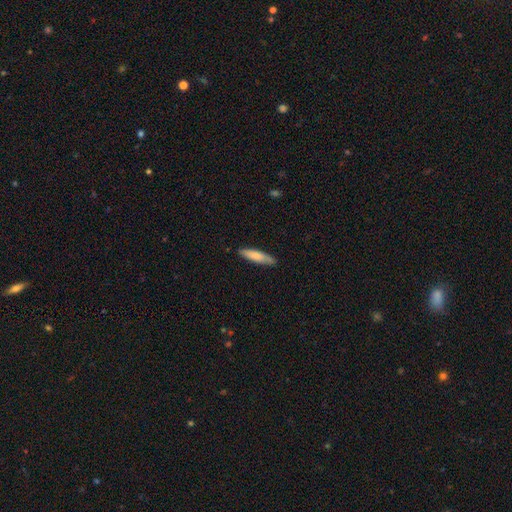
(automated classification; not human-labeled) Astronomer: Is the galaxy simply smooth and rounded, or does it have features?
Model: smooth — 77%.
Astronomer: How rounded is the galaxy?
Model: cigar-shaped — 78%.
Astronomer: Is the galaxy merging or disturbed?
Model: none — 84%.